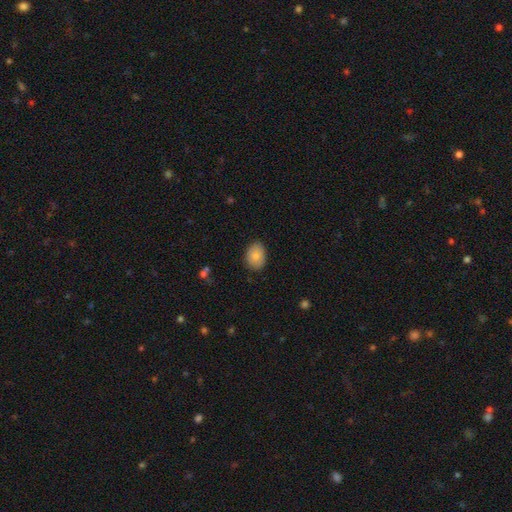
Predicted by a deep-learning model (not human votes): smooth-or-featured: smooth: 84% | featured or disk: 9% | star or artifact: 8%
  how-rounded: in between: 78% | round: 21% | cigar-shaped: 1%
  merging: none: 84% | minor disturbance: 13% | major disturbance: 3% | merger: 1%